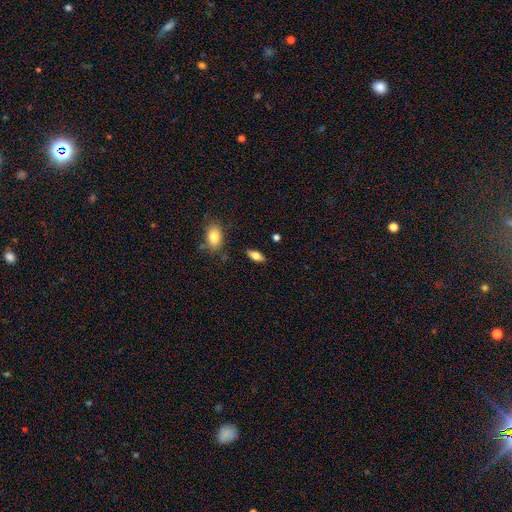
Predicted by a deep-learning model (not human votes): A smooth galaxy with no disk features (70%) that is in between round and cigar-shaped (82%). Merging: none (83%).